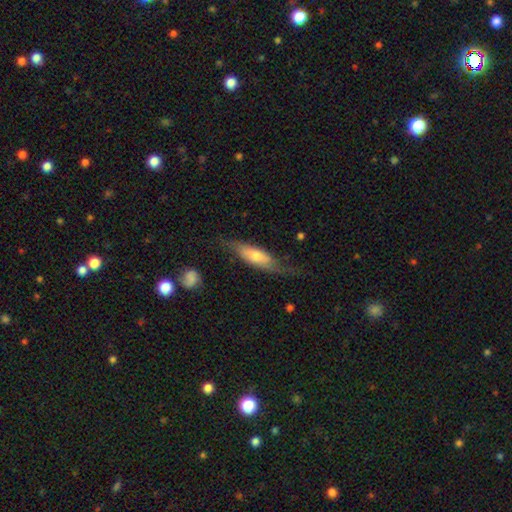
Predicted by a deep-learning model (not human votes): This appears to be a featured or disk galaxy (55%). Merging: none (57%).